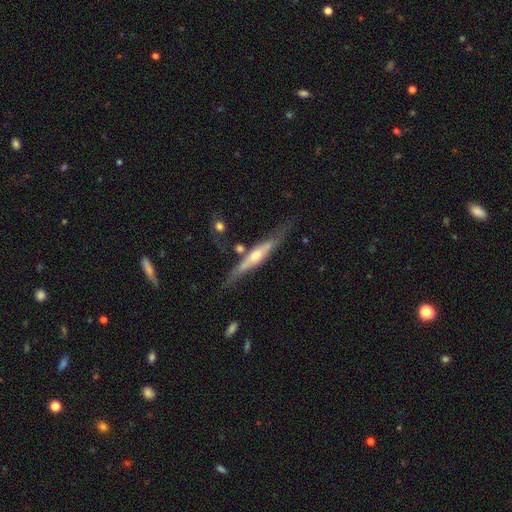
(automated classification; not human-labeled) A featured or disk galaxy (68%) viewed edge-on (88%) with a rounded central bulge (85%). Merging: none (66%).